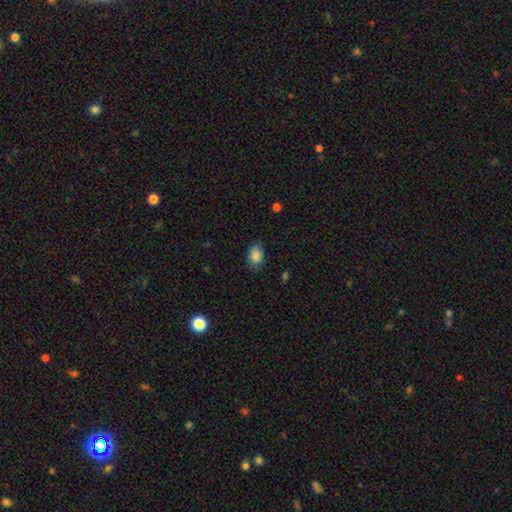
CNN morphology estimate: A smooth galaxy with no disk features (86%) that is in between round and cigar-shaped (70%).

Vote fractions:
- Smooth or featured? smooth: 86% / star or artifact: 9% / featured or disk: 6%
- How rounded? in between: 70% / round: 29% / cigar-shaped: 1%
- Merging? none: 73% / minor disturbance: 22% / major disturbance: 4% / merger: 1%